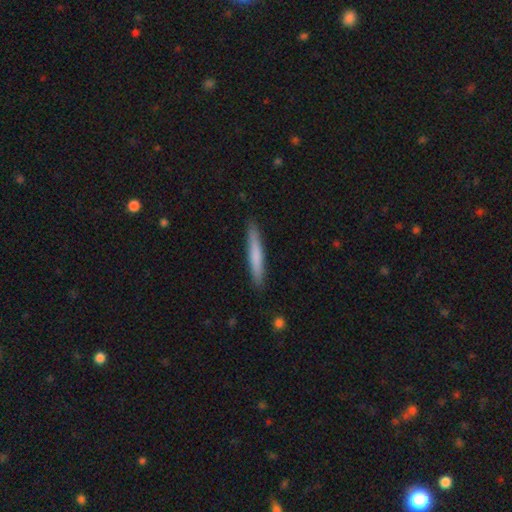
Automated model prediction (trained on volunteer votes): A smooth galaxy with no disk features (71%) that is cigar-shaped (95%).

Vote fractions:
- Smooth or featured? smooth: 71% / featured or disk: 24% / star or artifact: 5%
- How rounded? cigar-shaped: 95% / in between: 4% / round: 1%
- Merging? none: 90% / minor disturbance: 8% / major disturbance: 1% / merger: 1%